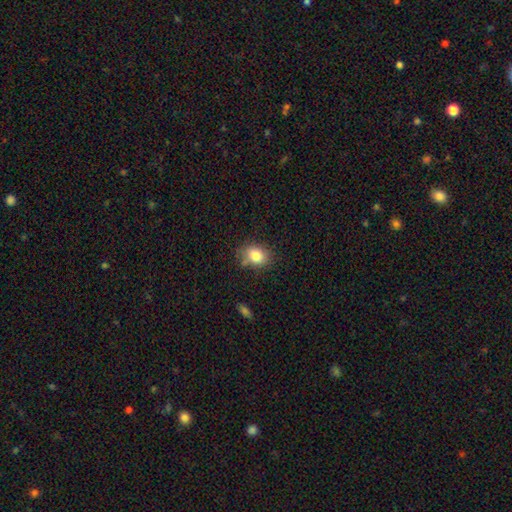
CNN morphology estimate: smooth_or_featured: smooth (p=0.82) [alt: star or artifact p=0.10]
how_rounded: in between (p=0.59) [alt: round p=0.40]
merging: none (p=0.70) [alt: minor disturbance p=0.21]